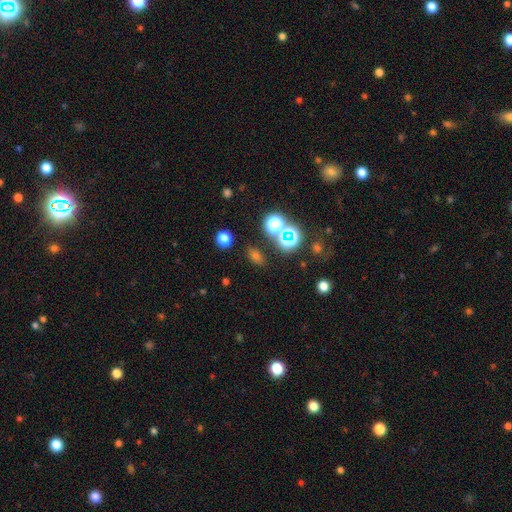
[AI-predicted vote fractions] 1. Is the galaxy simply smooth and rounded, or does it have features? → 53% smooth, 37% star or artifact, 10% featured or disk.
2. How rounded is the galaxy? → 66% in between, 29% round, 5% cigar-shaped.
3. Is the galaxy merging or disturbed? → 81% none, 10% minor disturbance, 6% merger, 4% major disturbance.